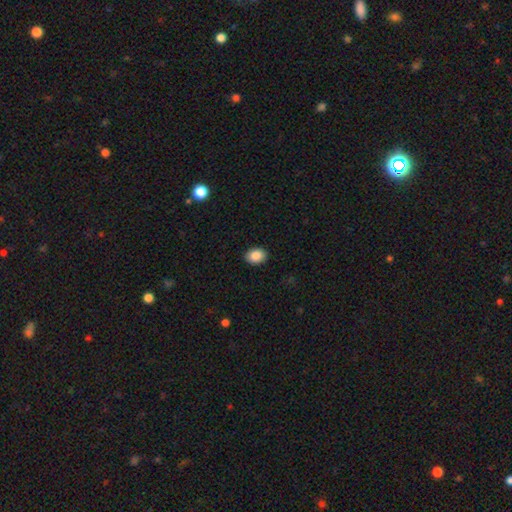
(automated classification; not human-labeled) Smooth or featured? Predicted: smooth (p=0.88). How rounded? Predicted: in between (p=0.73). Merging? Predicted: none (p=0.90).